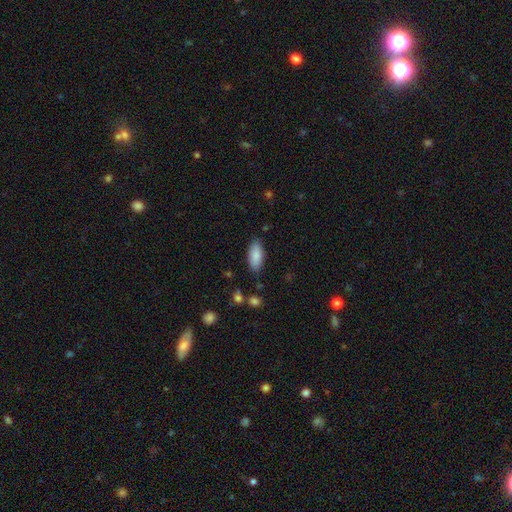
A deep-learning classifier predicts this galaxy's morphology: type=smooth (87%); roundness=in between (87%); merging=none (84%).